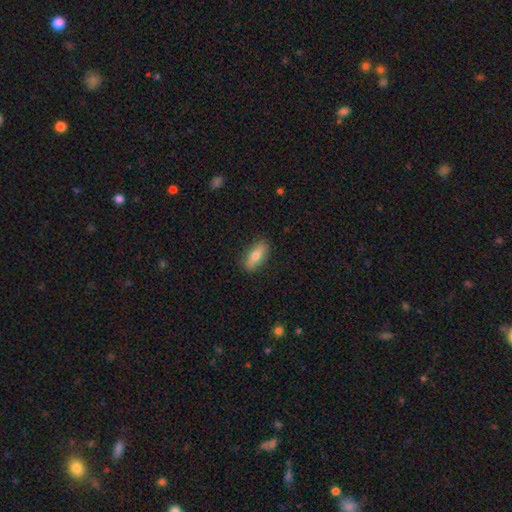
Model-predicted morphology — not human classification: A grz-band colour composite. It shows a smooth galaxy with no disk features (64%) that is in between round and cigar-shaped (66%). Merging: none (86%).